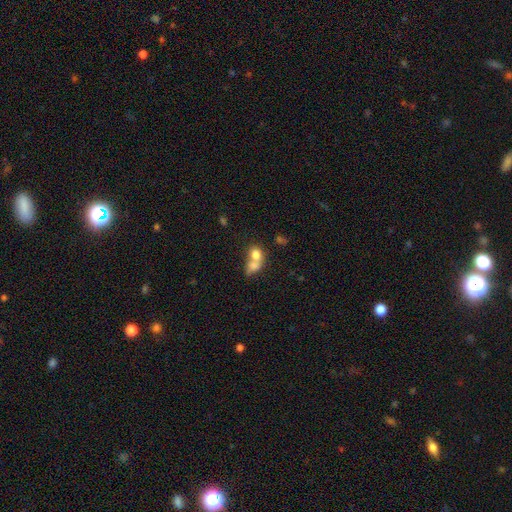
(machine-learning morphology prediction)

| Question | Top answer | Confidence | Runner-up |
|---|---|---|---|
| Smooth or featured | smooth | 74% | featured or disk (17%) |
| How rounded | round | 52% | in between (47%) |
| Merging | merger | 69% | none (19%) |